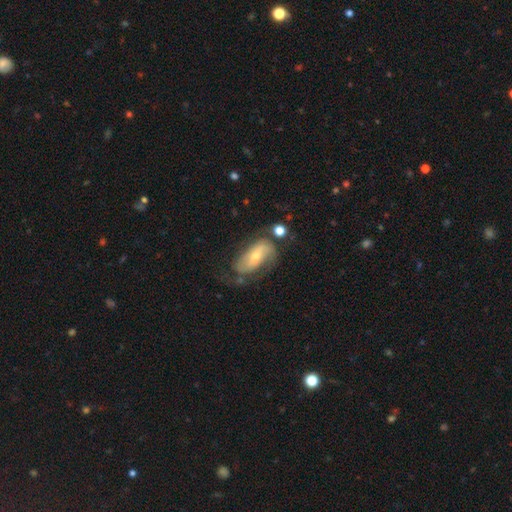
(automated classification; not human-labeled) smooth_or_featured: featured or disk (p=0.64) [alt: smooth p=0.29]
disk_edge_on: no (p=0.91) [alt: yes p=0.09]
bar: no (p=0.47) [alt: weak p=0.31]
has_spiral_arms: yes (p=0.81) [alt: no p=0.19]
bulge_size: small (p=0.55) [alt: moderate p=0.40]
merging: none (p=0.47) [alt: minor disturbance p=0.25]